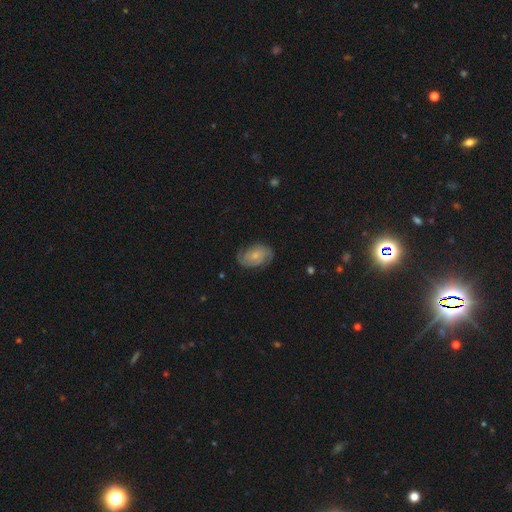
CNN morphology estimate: This is likely a featured or disk galaxy (67%). It is clearly not viewed edge-on (96%). Bar: likely no (72%). Spiral arm pattern: clearly yes (91%). Spiral arm count: likely 2 (70%). Spiral winding: possibly tight (45%). Central bulge: likely small (61%). Merging: likely none (74%).